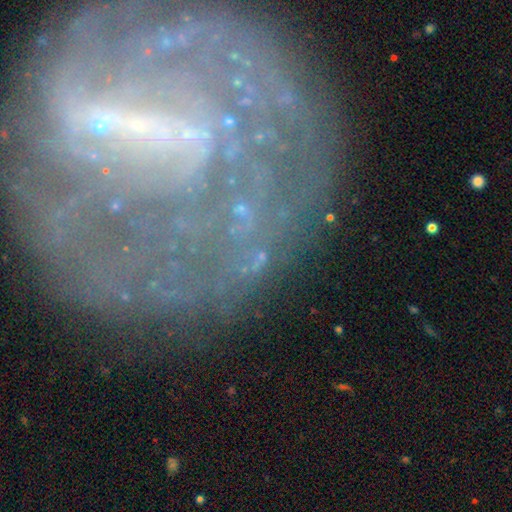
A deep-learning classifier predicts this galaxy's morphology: smooth_or_featured: featured or disk (p=0.54) [alt: star or artifact p=0.29]
disk_edge_on: no (p=0.90) [alt: yes p=0.10]
merging: none (p=0.67) [alt: minor disturbance p=0.16]